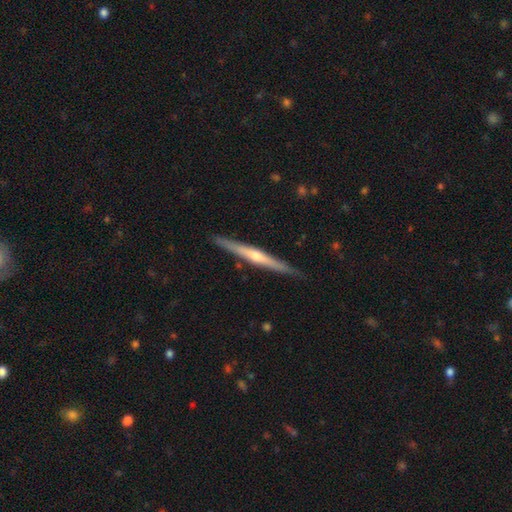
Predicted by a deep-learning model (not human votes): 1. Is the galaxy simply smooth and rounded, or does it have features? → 71% featured or disk, 23% smooth, 5% star or artifact.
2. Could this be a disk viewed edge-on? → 98% yes, 2% no.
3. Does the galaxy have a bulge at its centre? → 76% rounded, 19% none, 5% boxy.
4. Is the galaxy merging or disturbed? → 89% none, 8% minor disturbance, 1% major disturbance, 1% merger.